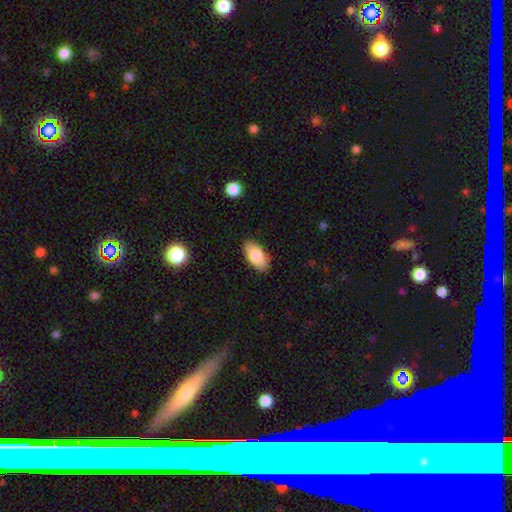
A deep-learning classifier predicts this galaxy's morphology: smooth-or-featured: smooth: 83% | featured or disk: 11% | star or artifact: 6%
  how-rounded: in between: 94% | cigar-shaped: 3% | round: 3%
  merging: none: 87% | minor disturbance: 9% | major disturbance: 2% | merger: 1%